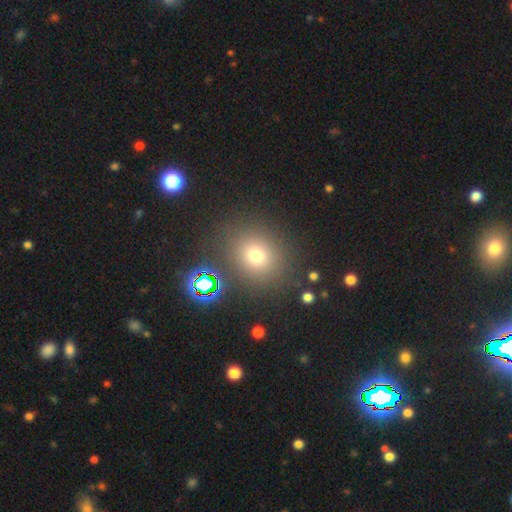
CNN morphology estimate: Overall: smooth (70%). How rounded: round (78%). Merging: none (84%).